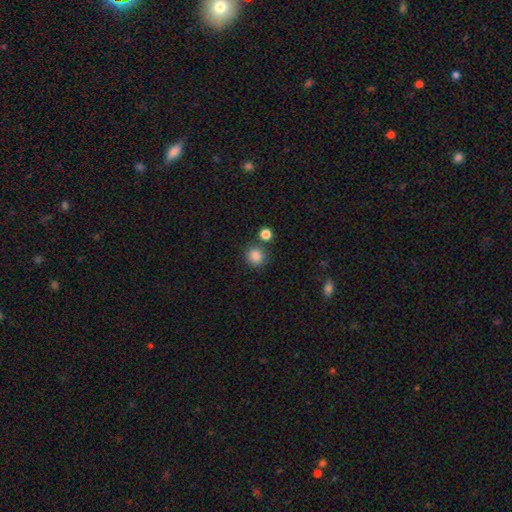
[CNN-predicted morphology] Q: Smooth or featured?
A: smooth (86%); runner-up: star or artifact (10%)
Q: How rounded?
A: round (89%); runner-up: in between (10%)
Q: Merging?
A: none (79%); runner-up: merger (10%)